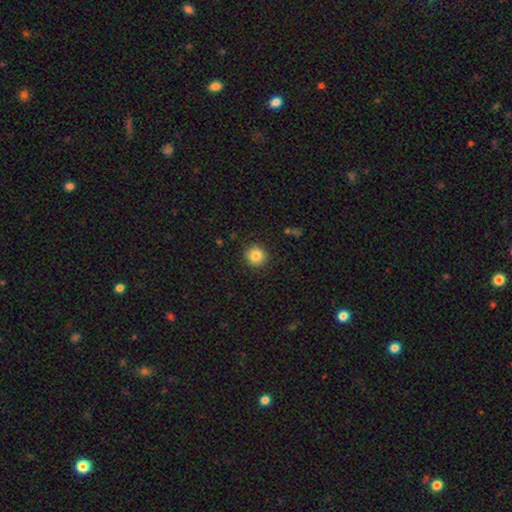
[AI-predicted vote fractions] This appears to be a smooth galaxy with no disk features (85%) that is round (94%). Merging: none (90%).